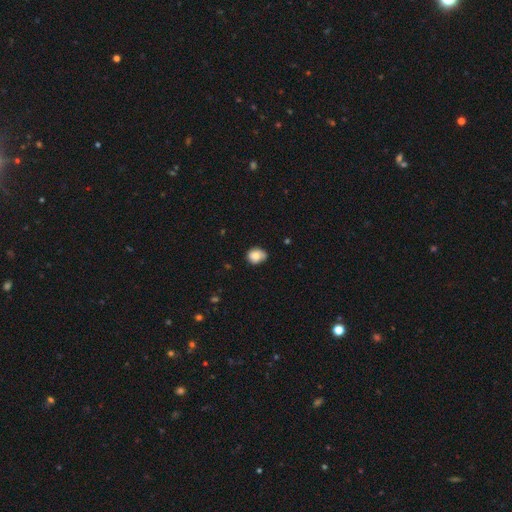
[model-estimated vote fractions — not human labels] This appears to be a smooth galaxy with no disk features (78%) that is round (59%). Merging: none (59%).